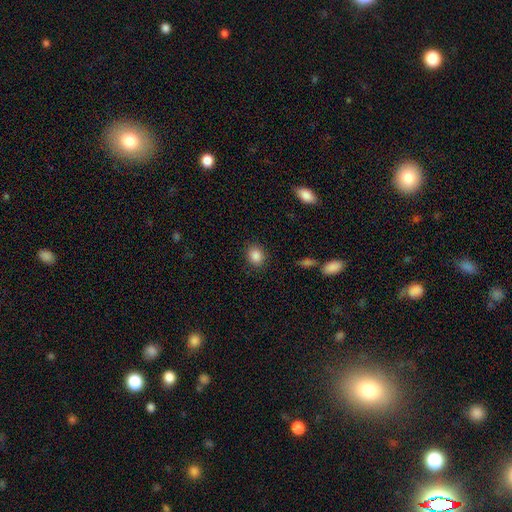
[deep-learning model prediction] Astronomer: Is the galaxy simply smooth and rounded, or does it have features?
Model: smooth — 87%.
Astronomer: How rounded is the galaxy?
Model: round — 63%.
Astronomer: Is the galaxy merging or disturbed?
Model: none — 88%.